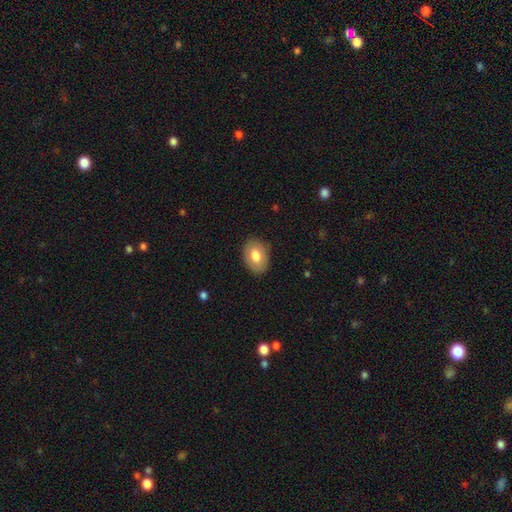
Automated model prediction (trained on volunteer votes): Smooth or featured? Predicted: smooth (p=0.76). How rounded? Predicted: in between (p=0.80). Merging? Predicted: none (p=0.84).